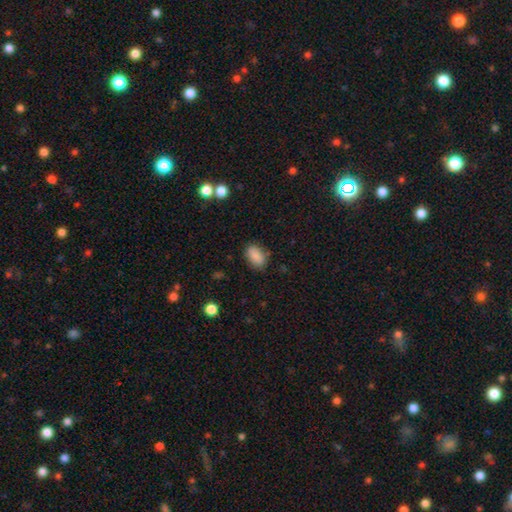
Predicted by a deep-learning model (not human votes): A smooth galaxy with no disk features (87%) that is in between round and cigar-shaped (89%). Merging: none (80%).